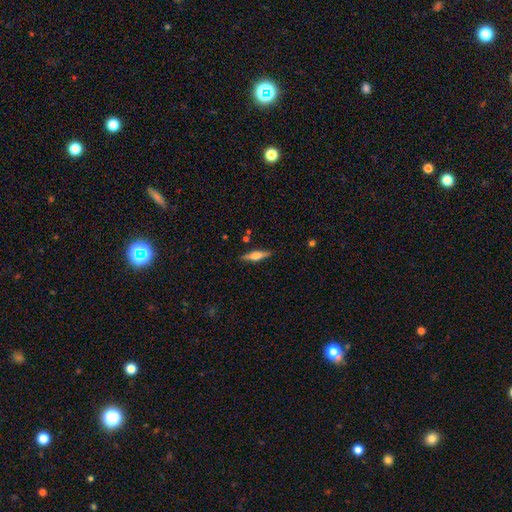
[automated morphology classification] smooth_or_featured: featured or disk (p=0.49) [alt: smooth p=0.44]
merging: none (p=0.86) [alt: minor disturbance p=0.10]